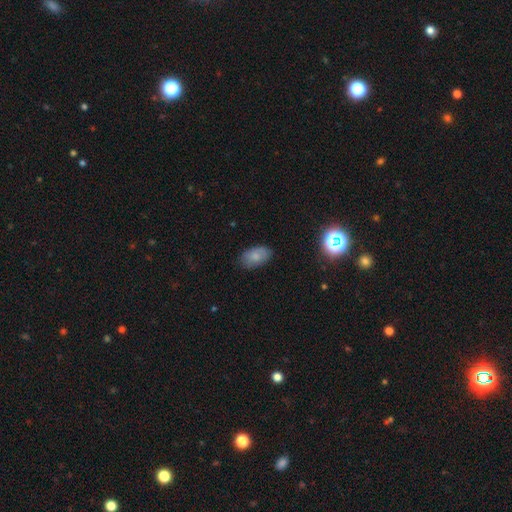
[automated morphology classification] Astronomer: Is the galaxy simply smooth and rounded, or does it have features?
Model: smooth — 79%.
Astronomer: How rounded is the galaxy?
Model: in between — 93%.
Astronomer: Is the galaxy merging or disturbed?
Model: none — 80%.